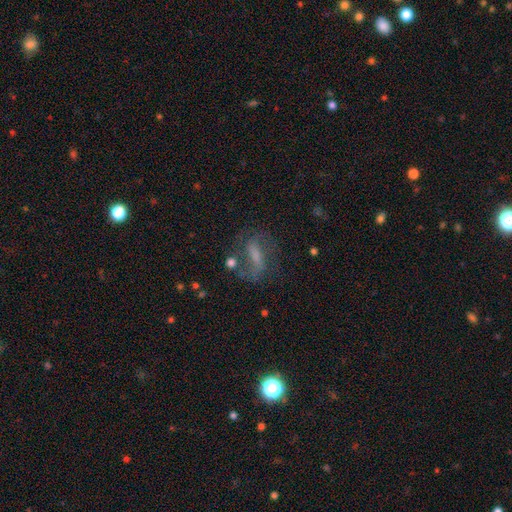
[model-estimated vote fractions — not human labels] A featured or disk galaxy (60%) with a strong bar (46%), spiral arms (79%) and a small central bulge (31%, tied with none). Merging: none (60%).